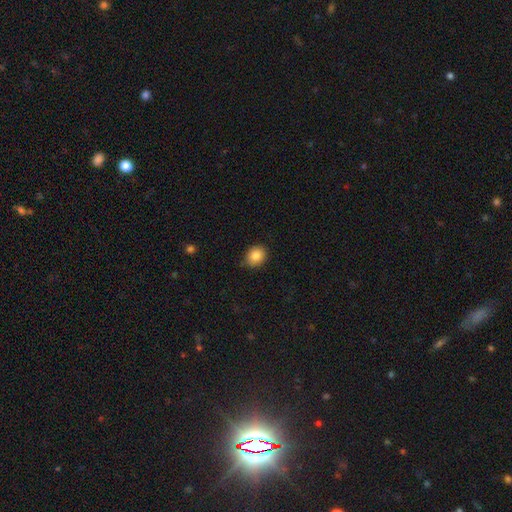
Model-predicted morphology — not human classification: Overall: smooth (85%). How rounded: round (69%; in between 30%). Merging: none (83%).